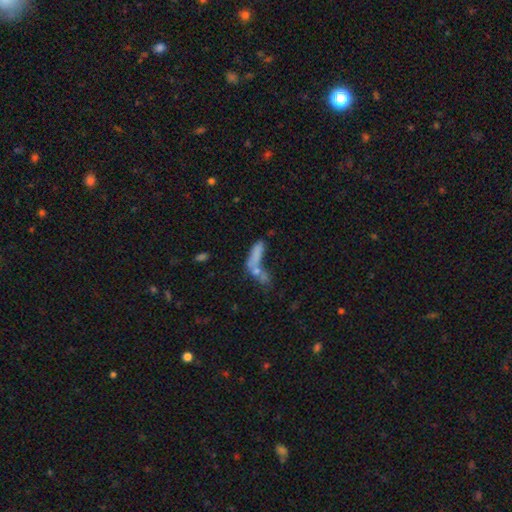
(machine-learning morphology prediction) smooth-or-featured: smooth: 65% | featured or disk: 22% | star or artifact: 13%
  how-rounded: cigar-shaped: 51% | in between: 45% | round: 5%
  merging: merger: 48% | none: 26% | major disturbance: 14% | minor disturbance: 12%